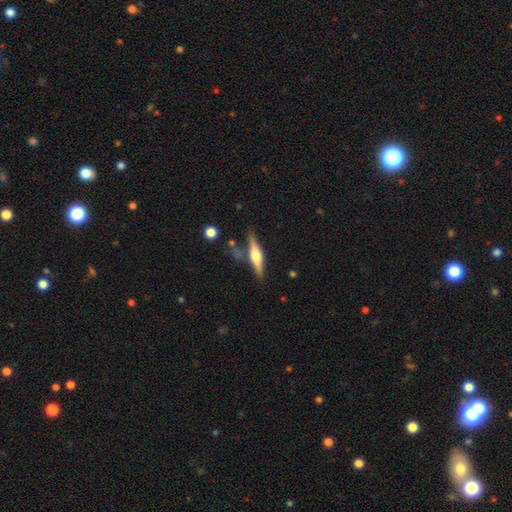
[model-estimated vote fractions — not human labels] Smooth or featured: featured or disk — 69% (smooth — 25%)
Edge-on disk: yes — 97% (no — 3%)
Edge-on bulge: rounded — 89% (boxy — 8%)
Merging: none — 77% (minor disturbance — 13%)